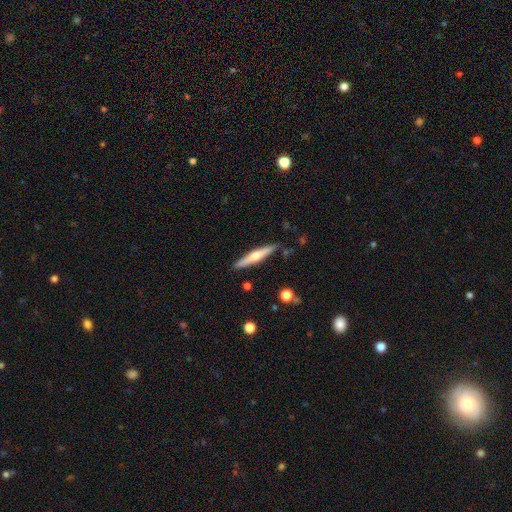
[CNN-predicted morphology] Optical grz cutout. It shows a featured or disk galaxy (58%) viewed edge-on (97%) with a rounded central bulge (87%). Merging: none (88%).